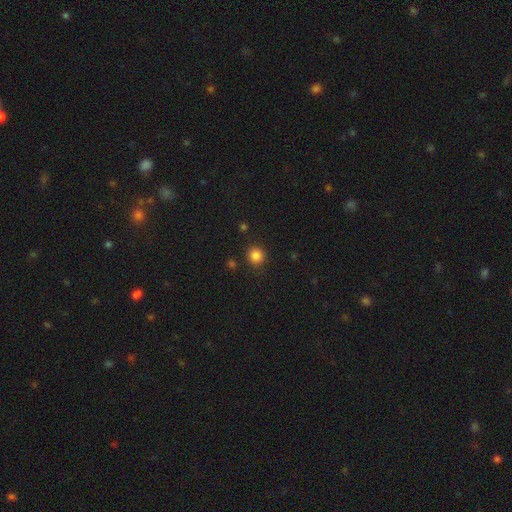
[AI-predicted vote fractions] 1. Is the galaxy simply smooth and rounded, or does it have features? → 84% smooth, 12% star or artifact, 4% featured or disk.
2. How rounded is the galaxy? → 90% round, 9% in between, 1% cigar-shaped.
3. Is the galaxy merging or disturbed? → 88% none, 7% minor disturbance, 3% major disturbance, 2% merger.